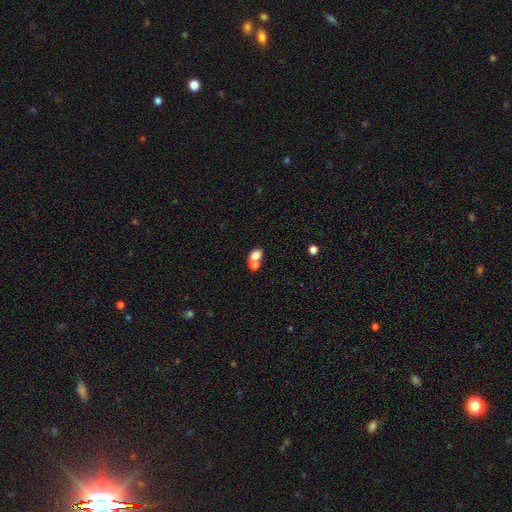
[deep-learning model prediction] smooth 75%, featured or disk 14%, star or artifact 11%. Down the decision tree: how rounded — in between (51%); merging — merger (61%).